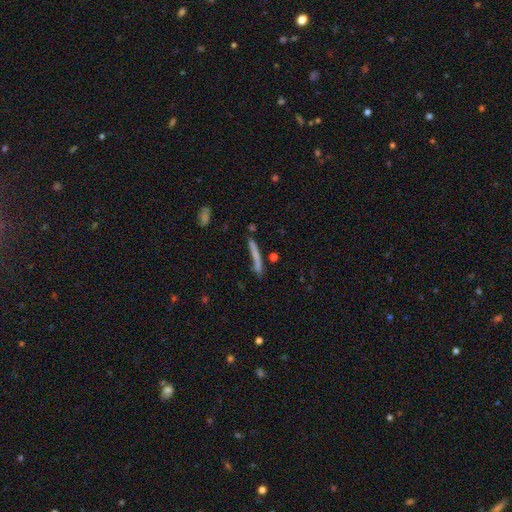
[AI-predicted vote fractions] Smooth or featured? smooth (63%)
How rounded? cigar-shaped (95%)
Merging? none (70%)